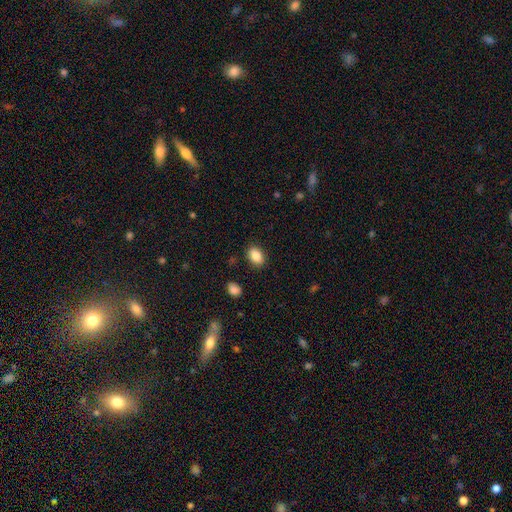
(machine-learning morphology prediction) A smooth galaxy with no disk features (87%) that is in between round and cigar-shaped (84%).

Vote fractions:
- Smooth or featured? smooth: 87% / star or artifact: 8% / featured or disk: 5%
- How rounded? in between: 84% / round: 14% / cigar-shaped: 1%
- Merging? none: 87% / minor disturbance: 9% / major disturbance: 3% / merger: 2%